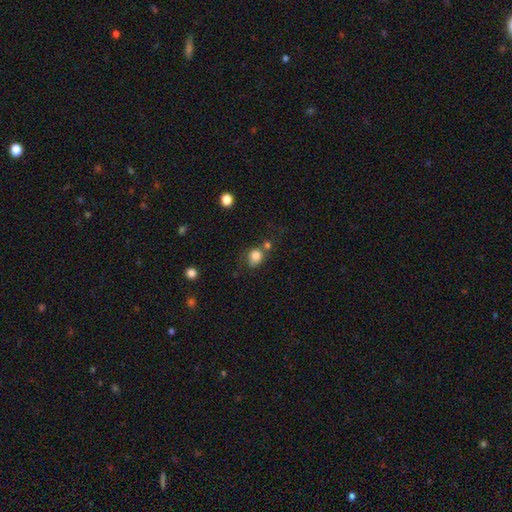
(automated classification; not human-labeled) Overall: smooth (82%). How rounded: round (64%; in between 35%). Merging: none (50%; minor disturbance 20%).